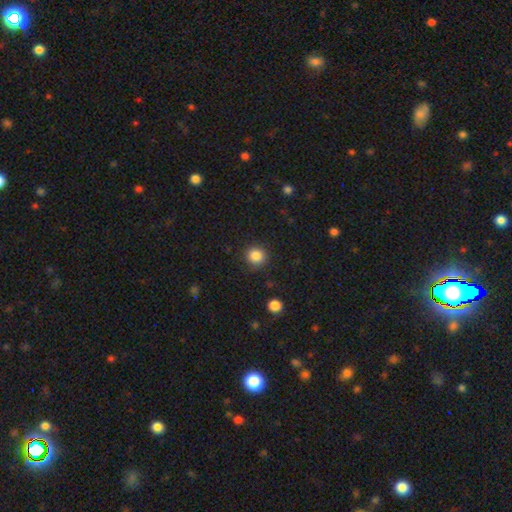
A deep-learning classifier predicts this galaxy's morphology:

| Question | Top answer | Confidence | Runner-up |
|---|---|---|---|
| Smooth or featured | smooth | 85% | star or artifact (11%) |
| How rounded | round | 90% | in between (9%) |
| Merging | none | 89% | minor disturbance (7%) |